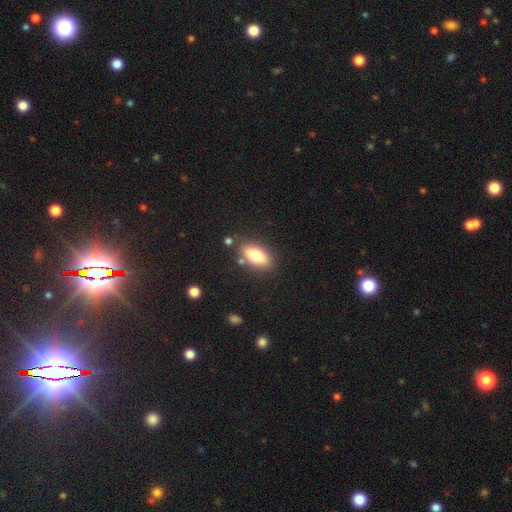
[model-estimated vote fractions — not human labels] Smooth or featured?
  - smooth: 77% *
  - featured or disk: 16%
  - star or artifact: 8%
How rounded?
  - in between: 84% *
  - cigar-shaped: 13%
  - round: 4%
Merging?
  - none: 80% *
  - minor disturbance: 12%
  - merger: 5%
  - major disturbance: 3%